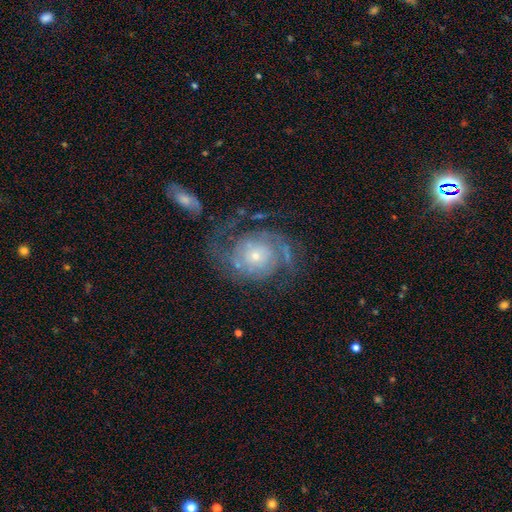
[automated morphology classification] Smooth or featured: featured or disk — 84% (smooth — 9%)
Edge-on disk: no — 97% (yes — 3%)
Bar: no — 77% (weak — 18%)
Spiral arms: yes — 94% (no — 6%)
Spiral winding: tight — 42% (medium — 41%)
Spiral arm count: 2 — 68% (can't tell — 14%)
Bulge size: small — 69% (moderate — 24%)
Merging: none — 59% (major disturbance — 19%)